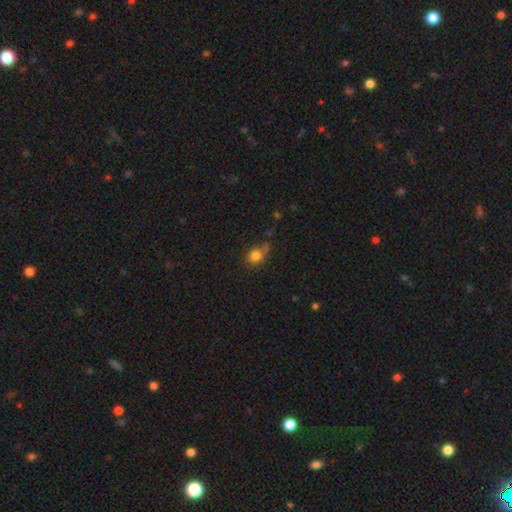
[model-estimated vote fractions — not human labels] This appears to be a smooth galaxy with no disk features (82%) that is round (74%). Merging: none (58%).